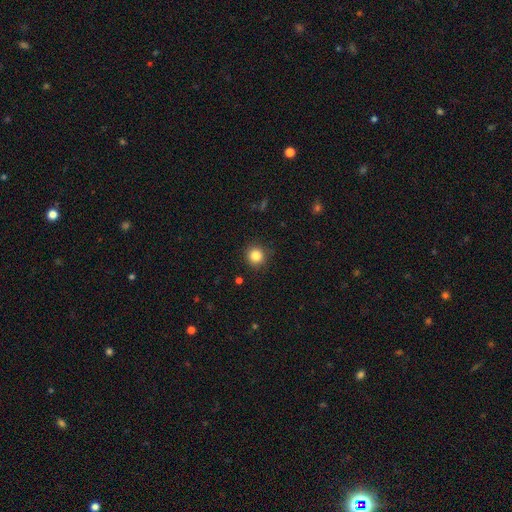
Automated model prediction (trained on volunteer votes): smooth 84%, star or artifact 11%, featured or disk 5%. Down the decision tree: how rounded — round (93%); merging — none (89%).